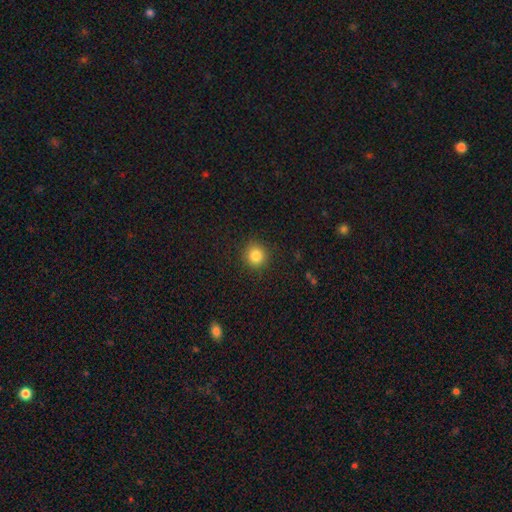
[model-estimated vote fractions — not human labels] smooth_or_featured: smooth (p=0.85) [alt: star or artifact p=0.11]
how_rounded: round (p=0.92) [alt: in between p=0.07]
merging: none (p=0.90) [alt: minor disturbance p=0.07]